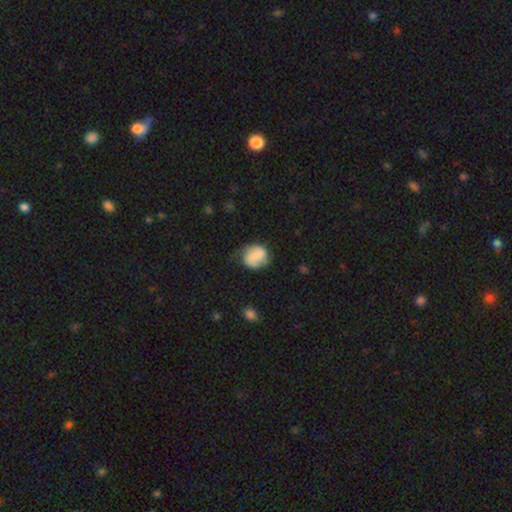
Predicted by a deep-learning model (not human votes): A smooth galaxy with no disk features (60%) that is round (64%). Merging: none (62%).